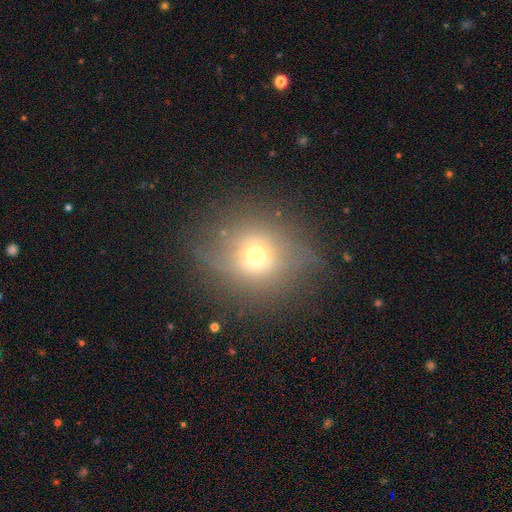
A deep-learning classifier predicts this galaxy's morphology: A smooth galaxy with no disk features (52%) that is round (80%). Merging: none (68%).